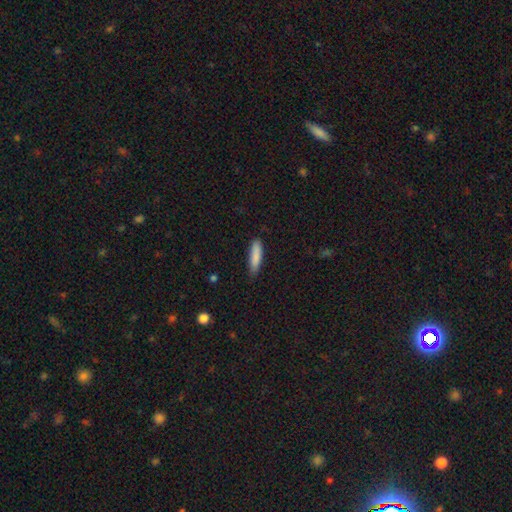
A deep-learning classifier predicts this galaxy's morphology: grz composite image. It shows a smooth galaxy with no disk features (86%) that is cigar-shaped (72%). Merging: none (80%).